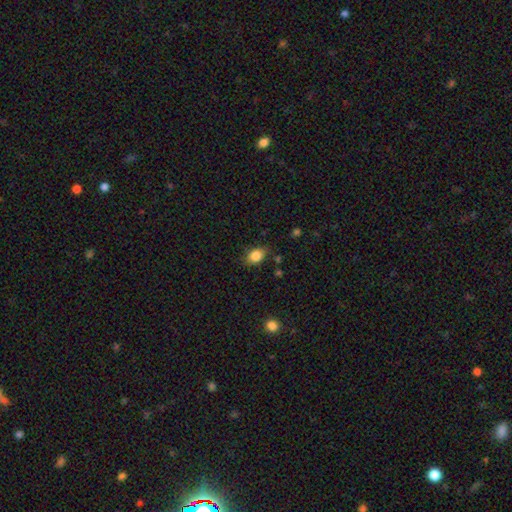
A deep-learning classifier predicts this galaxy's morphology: Smooth or featured?
  - smooth: 85% *
  - star or artifact: 9%
  - featured or disk: 6%
How rounded?
  - in between: 78% *
  - round: 21%
  - cigar-shaped: 1%
Merging?
  - none: 80% *
  - minor disturbance: 15%
  - major disturbance: 3%
  - merger: 2%